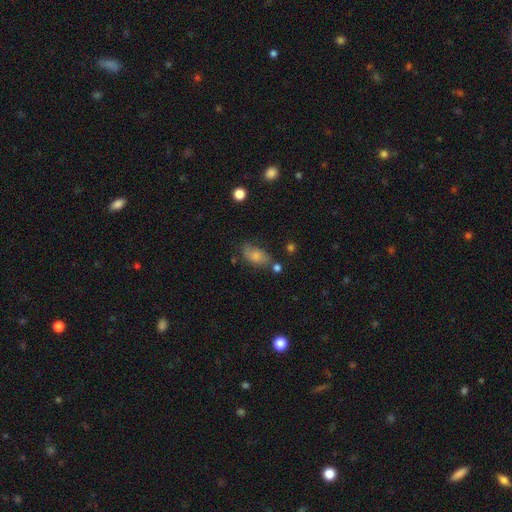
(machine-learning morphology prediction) This is likely a smooth galaxy (73%). How rounded: clearly in between (88%). Merging: possibly none (49%).